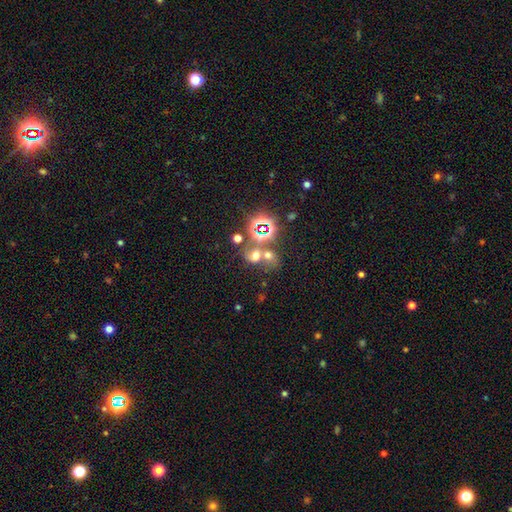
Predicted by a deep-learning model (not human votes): Smooth or featured: smooth — 47% (star or artifact — 36%)
Merging: merger — 46% (none — 37%)